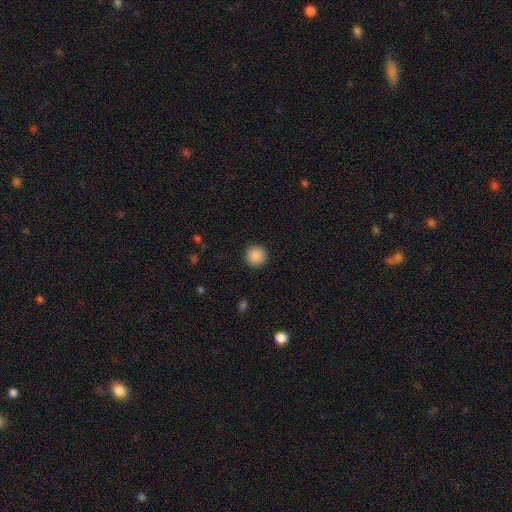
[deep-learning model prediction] This appears to be a smooth galaxy with no disk features (88%) that is round (96%). Merging: none (92%).